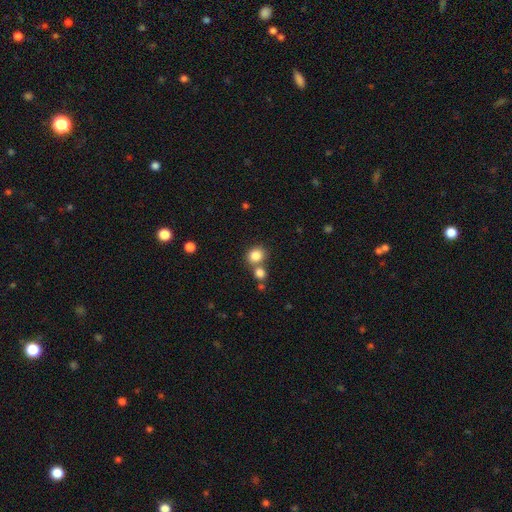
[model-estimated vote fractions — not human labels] A smooth galaxy with no disk features (83%) that is round (77%). Merging: none (60%).